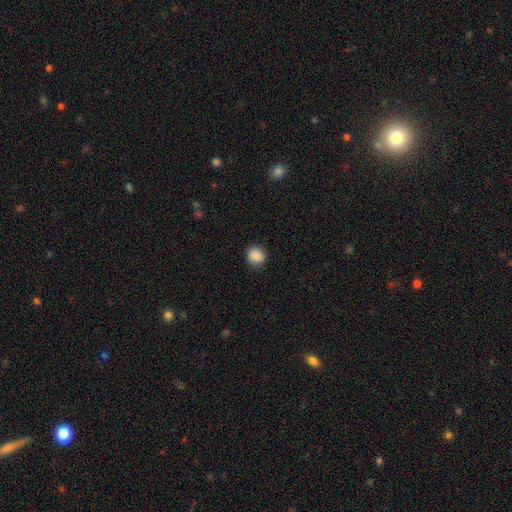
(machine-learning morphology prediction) smooth 88%, star or artifact 9%, featured or disk 3%. Down the decision tree: how rounded — round (75%); merging — none (84%).